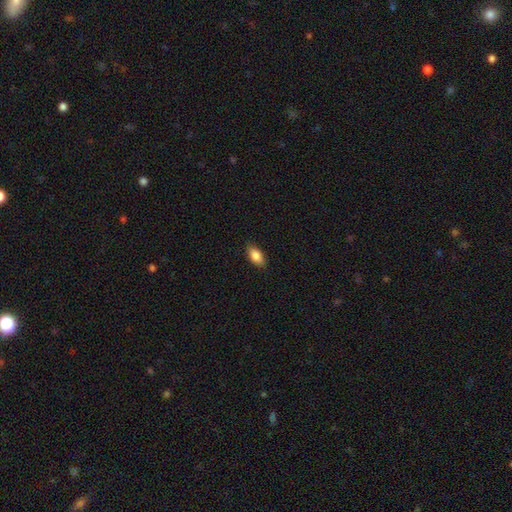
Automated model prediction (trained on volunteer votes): A smooth galaxy with no disk features (86%) that is in between round and cigar-shaped (92%).

Vote fractions:
- Smooth or featured? smooth: 86% / star or artifact: 7% / featured or disk: 7%
- How rounded? in between: 92% / cigar-shaped: 4% / round: 4%
- Merging? none: 88% / minor disturbance: 9% / major disturbance: 2% / merger: 1%